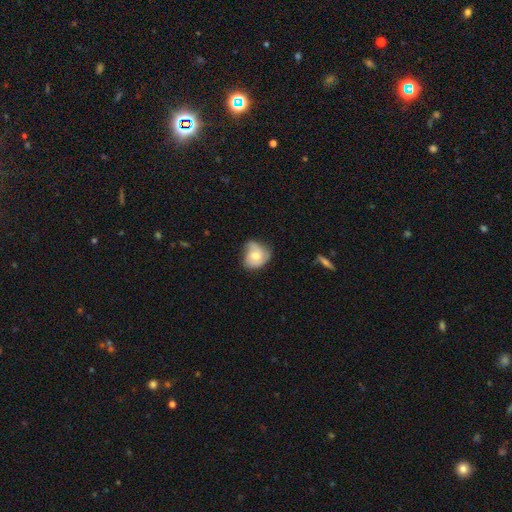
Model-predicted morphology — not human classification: The model was most divided on "merging": none: 42%, minor disturbance: 40%, major disturbance: 15%, merger: 3%. More confident: smooth or featured — smooth (58%); how rounded — round (57%).